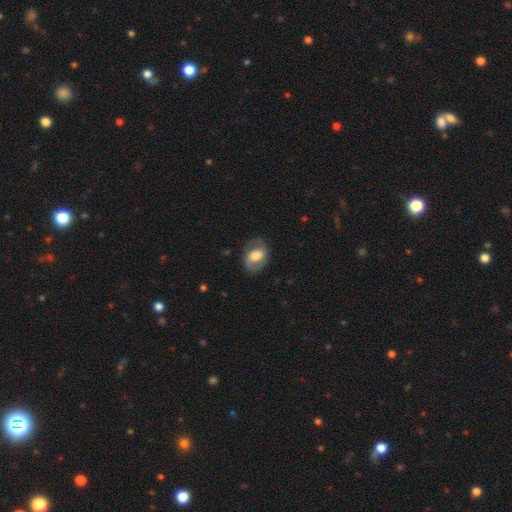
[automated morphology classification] Q: Smooth or featured?
A: featured or disk (54%); runner-up: smooth (39%)
Q: Edge-on disk?
A: no (96%); runner-up: yes (4%)
Q: Bar?
A: no (42%); runner-up: weak (40%)
Q: Spiral arms?
A: yes (72%); runner-up: no (28%)
Q: Bulge size?
A: large (43%); runner-up: moderate (36%)
Q: Merging?
A: none (74%); runner-up: minor disturbance (17%)